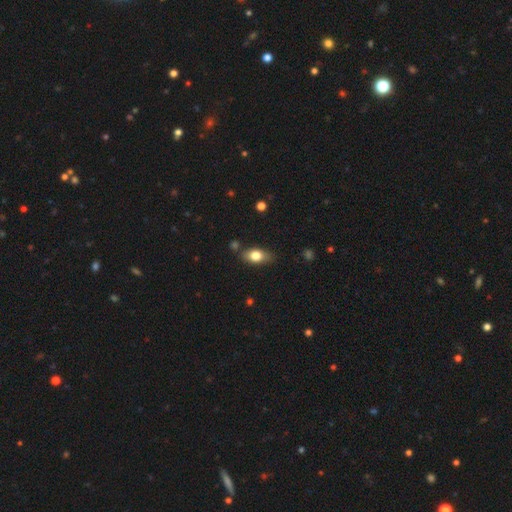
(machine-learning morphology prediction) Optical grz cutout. It shows a smooth galaxy with no disk features (76%) that is in between round and cigar-shaped (83%). Merging: none (76%).